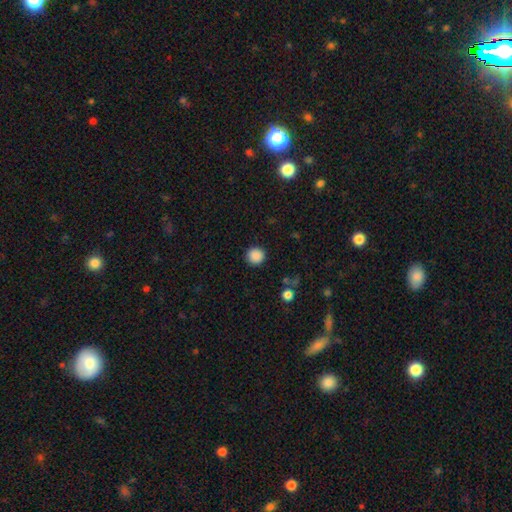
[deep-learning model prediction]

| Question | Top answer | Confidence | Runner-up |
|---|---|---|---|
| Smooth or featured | smooth | 88% | star or artifact (10%) |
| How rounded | round | 94% | in between (5%) |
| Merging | none | 91% | minor disturbance (6%) |